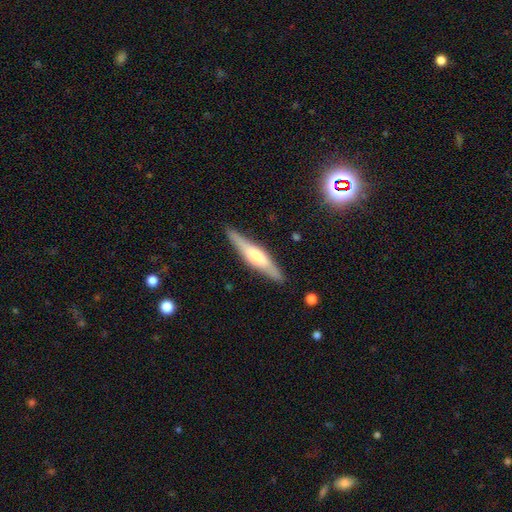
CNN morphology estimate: smooth-or-featured: featured or disk: 57% | smooth: 38% | star or artifact: 5%
  disk-edge-on: yes: 93% | no: 7%
    edge-on-bulge: rounded: 72% | boxy: 18% | none: 10%
  merging: none: 88% | minor disturbance: 9% | major disturbance: 2% | merger: 1%